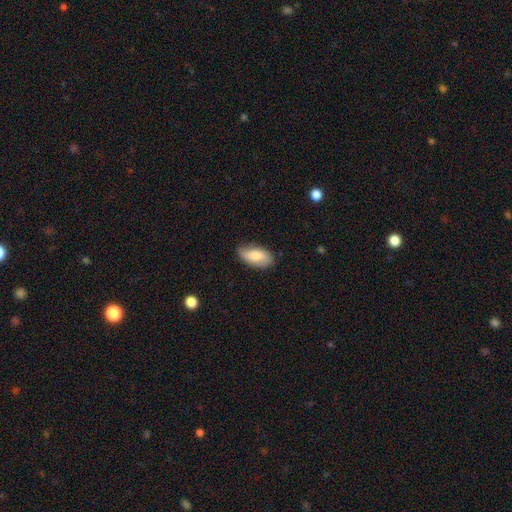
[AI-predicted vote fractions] smooth 77%, featured or disk 17%, star or artifact 6%. Down the decision tree: how rounded — in between (92%); merging — none (75%).